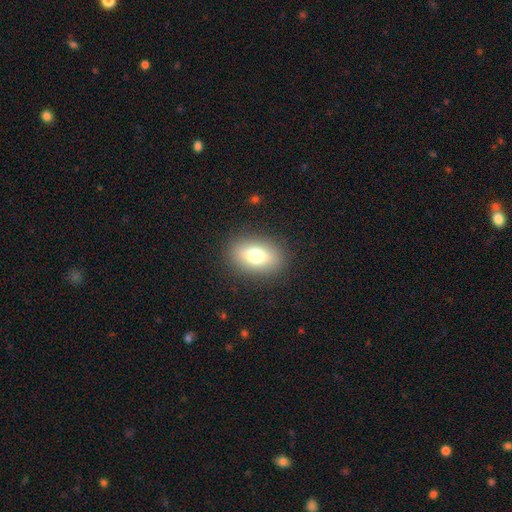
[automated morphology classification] Q: Smooth or featured?
A: smooth (74%); runner-up: featured or disk (15%)
Q: How rounded?
A: in between (80%); runner-up: round (18%)
Q: Merging?
A: none (87%); runner-up: minor disturbance (8%)